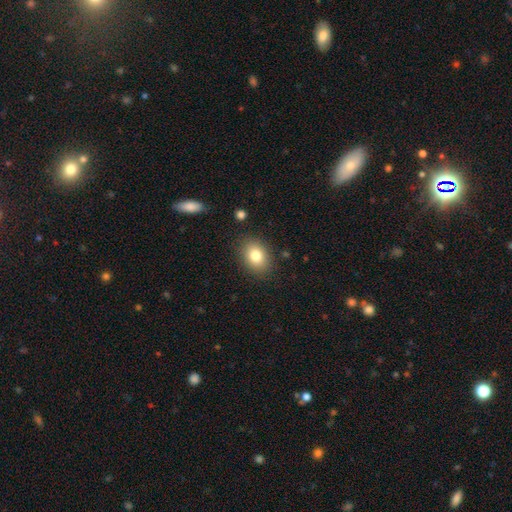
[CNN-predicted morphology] smooth 80%, featured or disk 10%, star or artifact 10%. Down the decision tree: how rounded — in between (65%); merging — none (86%).